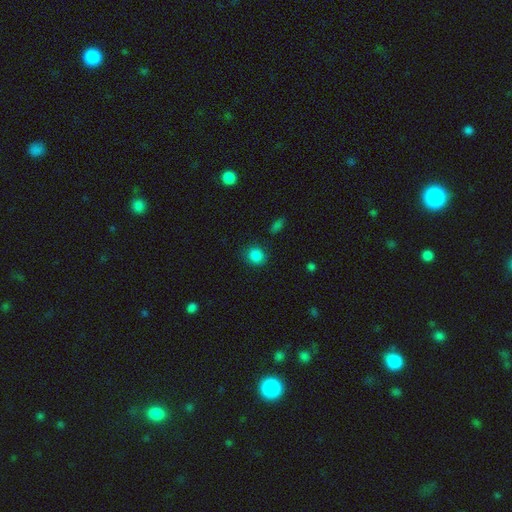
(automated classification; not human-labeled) This appears to be a smooth galaxy with no disk features (85%) that is round (82%). Merging: none (86%).